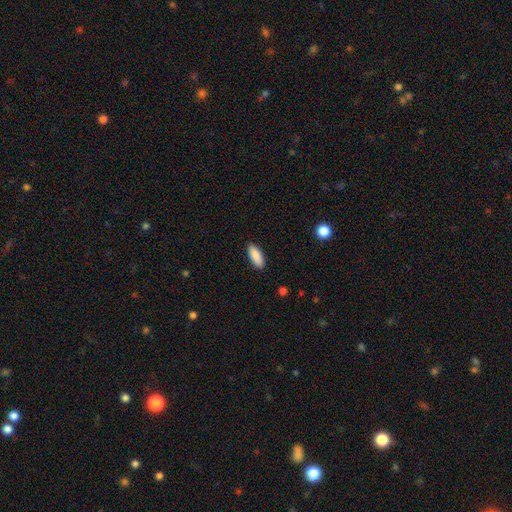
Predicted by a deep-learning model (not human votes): smooth 89%, star or artifact 6%, featured or disk 5%. Down the decision tree: how rounded — in between (74%); merging — none (88%).